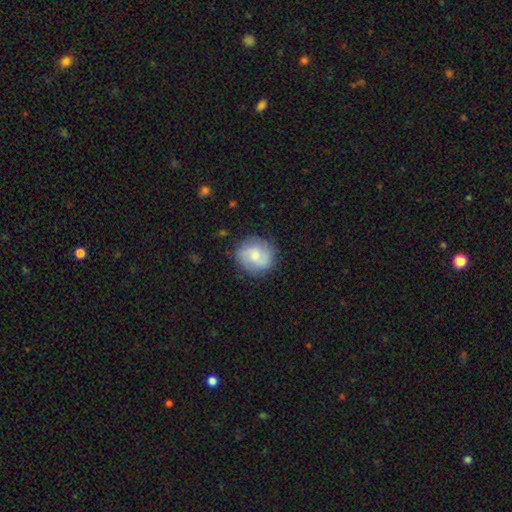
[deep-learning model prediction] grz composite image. It shows a smooth galaxy with no disk features (51%) that is round (85%). Merging: none (80%).